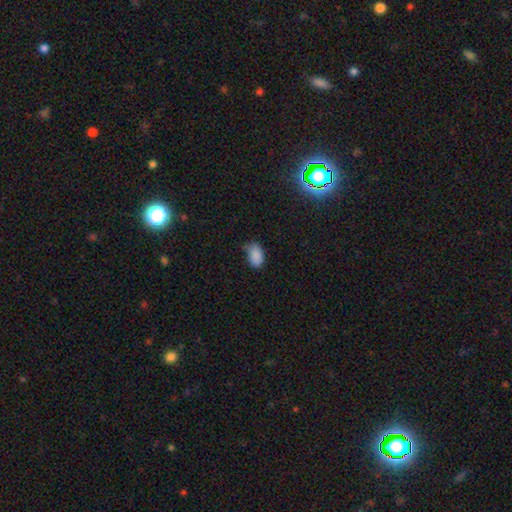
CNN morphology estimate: Smooth or featured?
  - smooth: 86% *
  - star or artifact: 10%
  - featured or disk: 4%
How rounded?
  - in between: 90% *
  - round: 9%
  - cigar-shaped: 1%
Merging?
  - none: 60% *
  - minor disturbance: 31%
  - major disturbance: 6%
  - merger: 2%